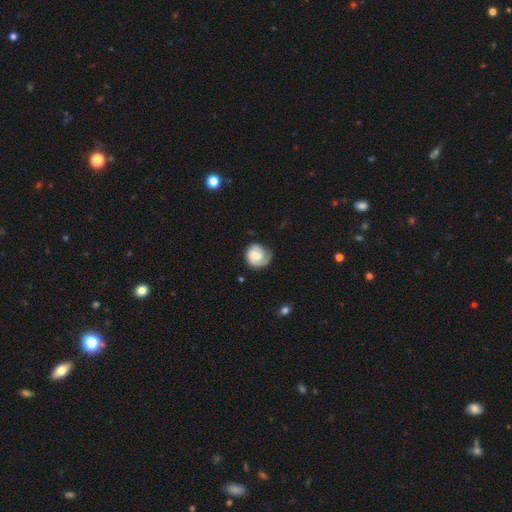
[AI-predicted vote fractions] smooth_or_featured: featured or disk (p=0.58) [alt: smooth p=0.35]
disk_edge_on: no (p=0.98) [alt: yes p=0.02]
bar: no (p=0.46) [alt: weak p=0.43]
has_spiral_arms: yes (p=0.90) [alt: no p=0.10]
spiral_winding: tight (p=0.57) [alt: medium p=0.31]
spiral_arm_count: 1 (p=0.40) [tied with: 2 p=0.40]
bulge_size: moderate (p=0.37) [alt: small p=0.34]
merging: none (p=0.64) [alt: minor disturbance p=0.23]